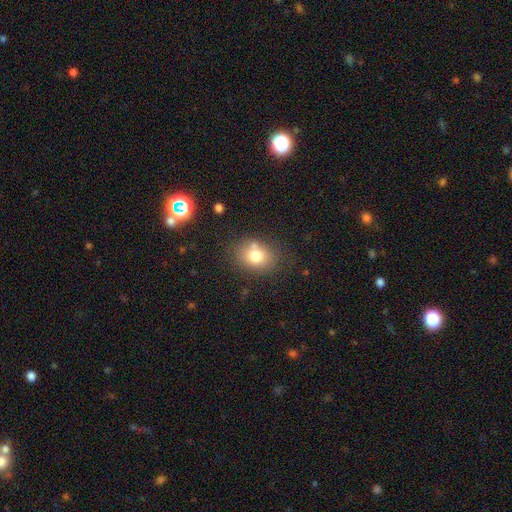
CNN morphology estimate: type=smooth (75%); roundness=round (50%); merging=none (69%).